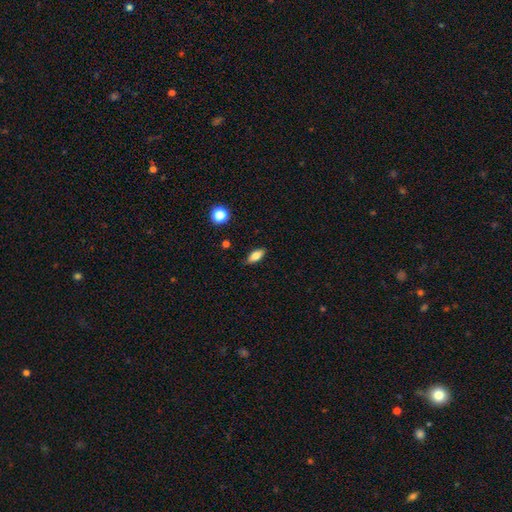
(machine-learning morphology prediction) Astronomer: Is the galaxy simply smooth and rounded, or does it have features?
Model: smooth — 74%.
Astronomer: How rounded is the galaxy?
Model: in between — 82%.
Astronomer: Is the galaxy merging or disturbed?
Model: none — 86%.